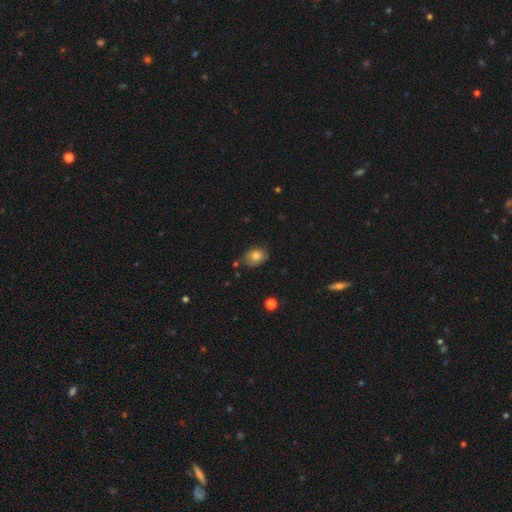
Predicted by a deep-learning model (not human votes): A smooth galaxy with no disk features (78%) that is in between round and cigar-shaped (63%).

Vote fractions:
- Smooth or featured? smooth: 78% / featured or disk: 13% / star or artifact: 9%
- How rounded? in between: 63% / round: 35% / cigar-shaped: 1%
- Merging? none: 64% / minor disturbance: 27% / major disturbance: 6% / merger: 4%